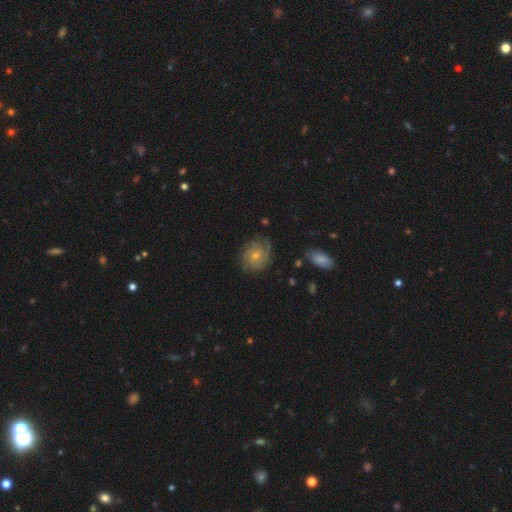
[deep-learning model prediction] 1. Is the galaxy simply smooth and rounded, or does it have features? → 62% featured or disk, 30% smooth, 8% star or artifact.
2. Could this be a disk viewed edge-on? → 97% no, 3% yes.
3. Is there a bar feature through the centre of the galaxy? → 75% no, 22% weak, 3% strong.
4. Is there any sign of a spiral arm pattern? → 88% yes, 12% no.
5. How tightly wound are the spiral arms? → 55% tight, 32% medium, 13% loose.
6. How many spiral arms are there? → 39% can't tell, 23% 2, 19% 3, 8% 4, 7% 1, 5% more than 4.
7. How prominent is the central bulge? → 64% small, 31% moderate, 3% none, 2% large, 1% dominant.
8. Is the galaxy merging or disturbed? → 69% none, 21% minor disturbance, 9% major disturbance, 2% merger.